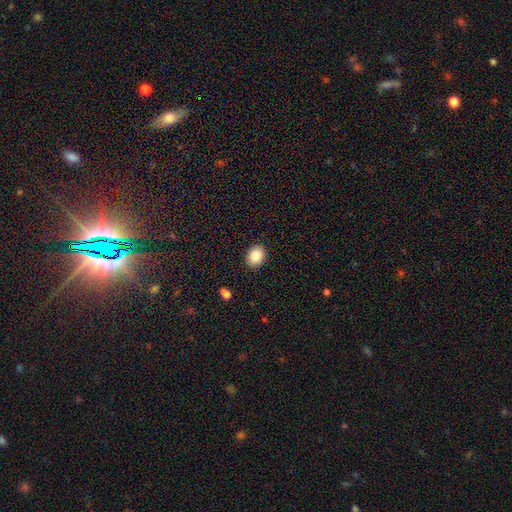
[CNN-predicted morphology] smooth-or-featured: smooth: 85% | star or artifact: 9% | featured or disk: 7%
  how-rounded: in between: 55% | round: 44% | cigar-shaped: 1%
  merging: none: 90% | minor disturbance: 8% | major disturbance: 2% | merger: 1%